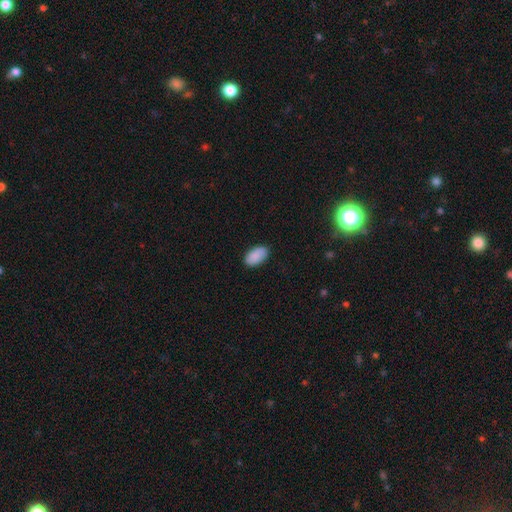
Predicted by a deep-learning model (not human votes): smooth 90%, star or artifact 6%, featured or disk 4%. Down the decision tree: how rounded — in between (95%); merging — none (87%).